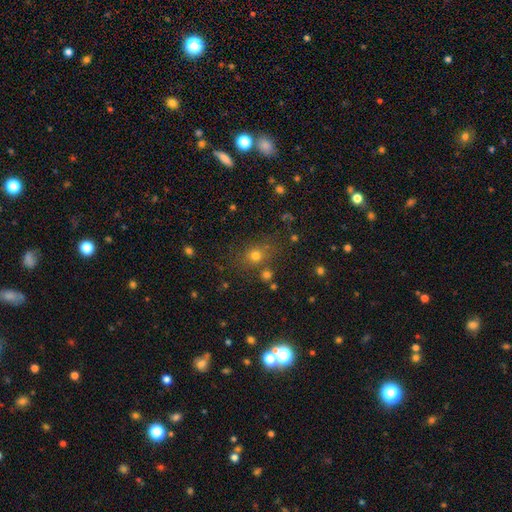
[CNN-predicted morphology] smooth-or-featured: smooth: 71% | star or artifact: 20% | featured or disk: 9%
  how-rounded: round: 72% | in between: 26% | cigar-shaped: 1%
  merging: none: 73% | minor disturbance: 12% | merger: 9% | major disturbance: 5%